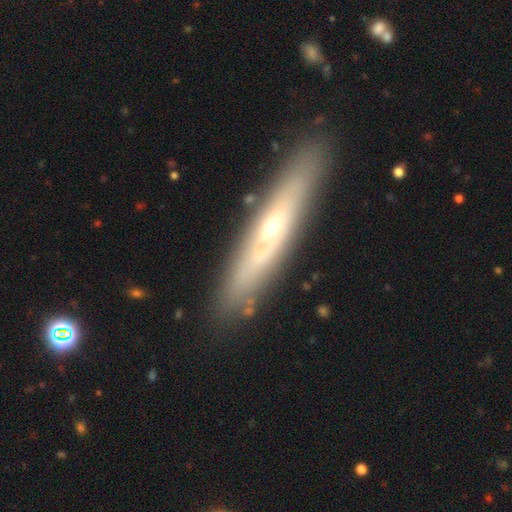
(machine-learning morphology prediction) type=featured or disk (60%); edge-on=yes (62%); merging=none (83%).